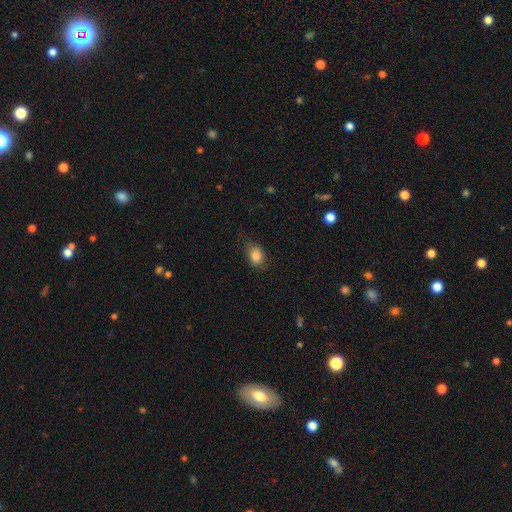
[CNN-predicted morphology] This appears to be a smooth galaxy with no disk features (85%) that is in between round and cigar-shaped (67%). Merging: none (67%).